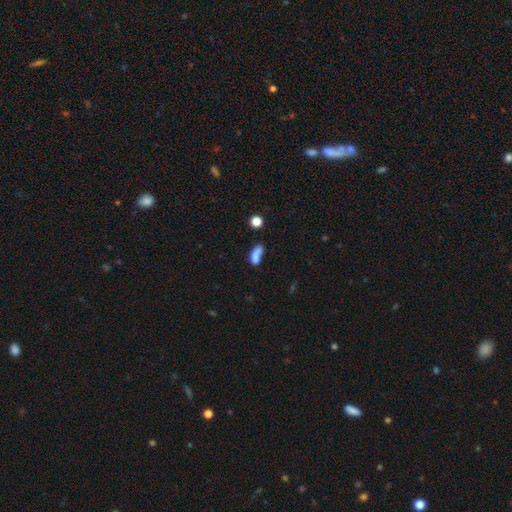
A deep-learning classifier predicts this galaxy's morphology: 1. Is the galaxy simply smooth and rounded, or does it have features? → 74% smooth, 15% featured or disk, 11% star or artifact.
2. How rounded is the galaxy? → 72% in between, 21% cigar-shaped, 7% round.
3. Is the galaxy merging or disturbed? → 37% none, 24% minor disturbance, 20% merger, 18% major disturbance.